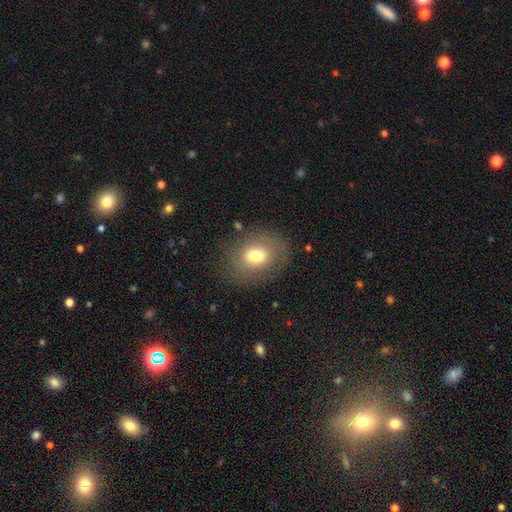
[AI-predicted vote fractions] Morphology: type=smooth (71%); roundness=in between (57%); merging=none (78%).